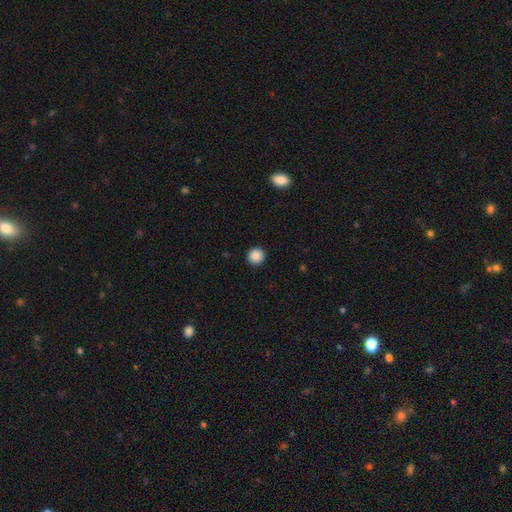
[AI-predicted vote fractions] Smooth or featured? smooth (89%)
How rounded? round (96%)
Merging? none (93%)